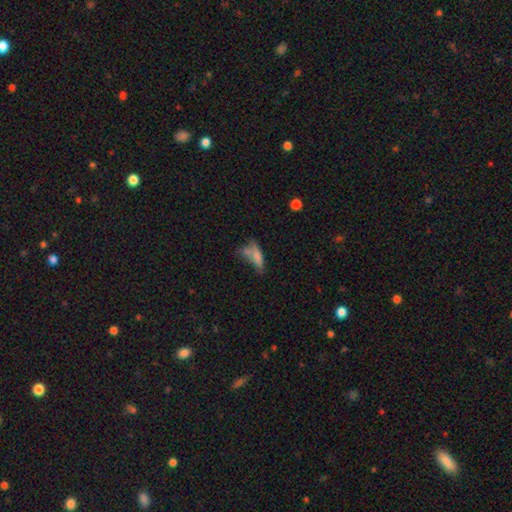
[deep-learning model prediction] This appears to be a smooth galaxy with no disk features (63%) that is cigar-shaped (51%). Merging: none (34%).